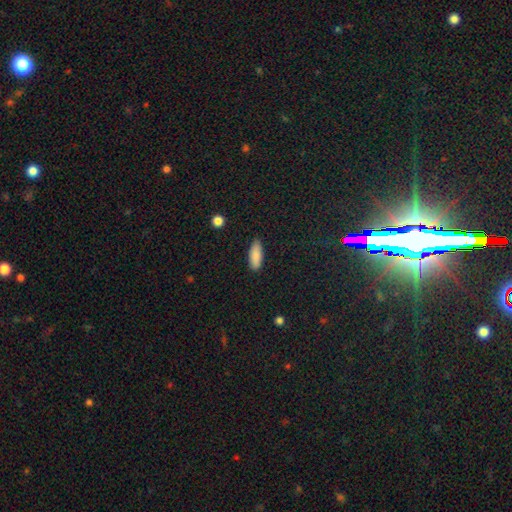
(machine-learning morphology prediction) Q: Smooth or featured?
A: smooth (87%); runner-up: star or artifact (6%)
Q: How rounded?
A: in between (70%); runner-up: cigar-shaped (28%)
Q: Merging?
A: none (86%); runner-up: minor disturbance (10%)